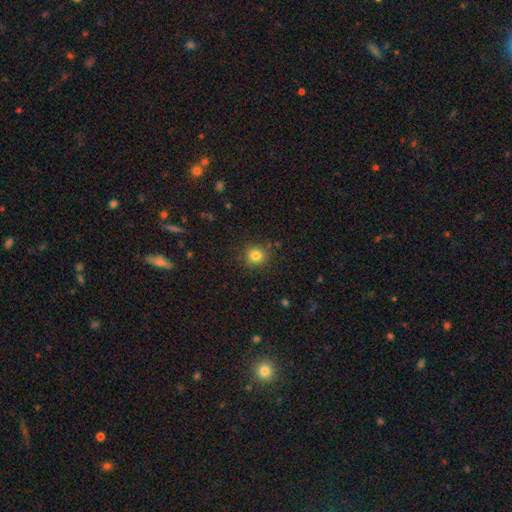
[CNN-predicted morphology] Smooth or featured?
  - smooth: 81% *
  - star or artifact: 13%
  - featured or disk: 6%
How rounded?
  - round: 89% *
  - in between: 10%
  - cigar-shaped: 1%
Merging?
  - none: 85% *
  - minor disturbance: 10%
  - major disturbance: 3%
  - merger: 2%